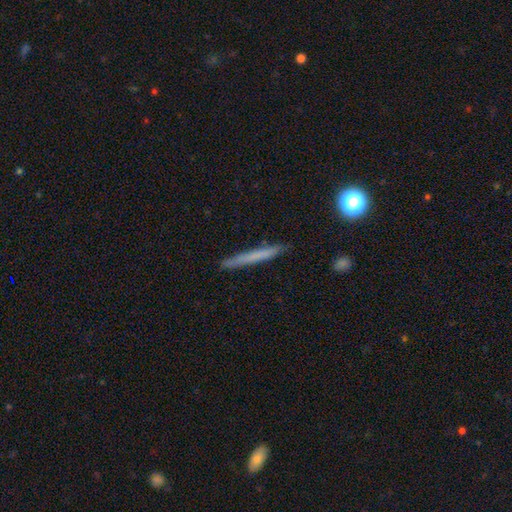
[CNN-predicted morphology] Overall: smooth (59%; featured or disk 33%). How rounded: cigar-shaped (96%). Merging: none (89%).